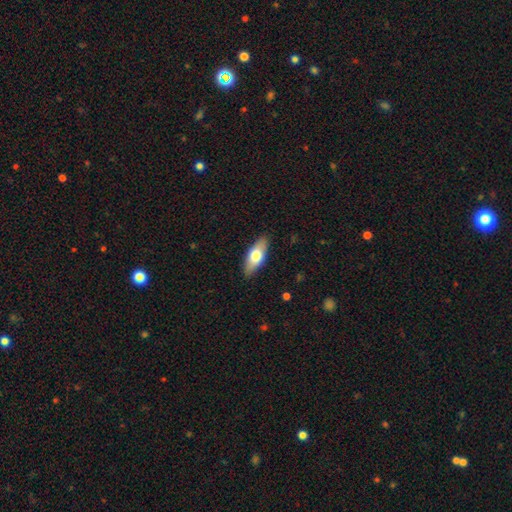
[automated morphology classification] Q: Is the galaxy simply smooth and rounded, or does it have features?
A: smooth — 66%.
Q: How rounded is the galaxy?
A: in between — 76%.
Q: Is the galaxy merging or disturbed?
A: none — 88%.